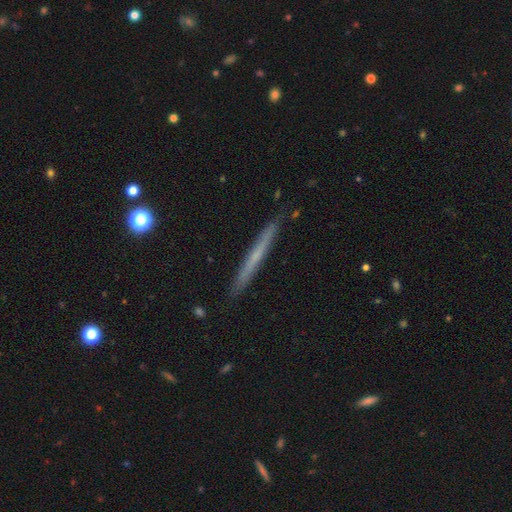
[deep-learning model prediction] featured or disk 49%, smooth 45%, star or artifact 6%. Down the decision tree: merging — none (91%).